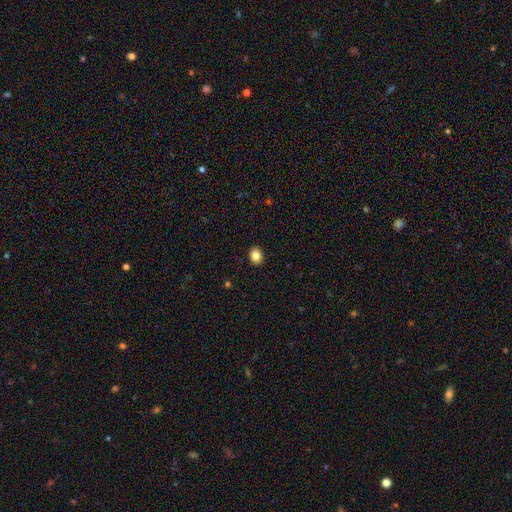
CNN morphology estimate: Smooth or featured? Predicted: smooth (p=0.85). How rounded? Predicted: in between (p=0.54). Merging? Predicted: none (p=0.91).